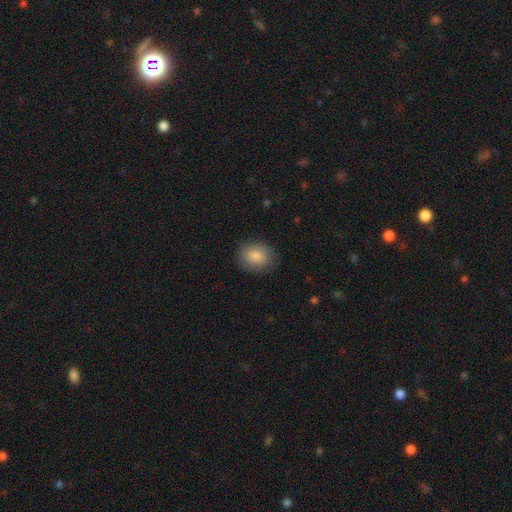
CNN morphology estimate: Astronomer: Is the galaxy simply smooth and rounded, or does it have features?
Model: smooth — 84%.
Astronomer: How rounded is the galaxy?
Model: round — 58% (runner-up: in between, 41%).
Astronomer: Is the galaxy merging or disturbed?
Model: none — 83%.